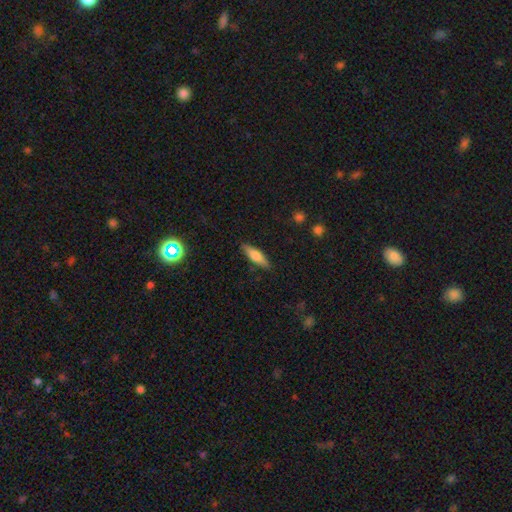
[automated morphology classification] Q: Smooth or featured?
A: smooth (58%); runner-up: featured or disk (35%)
Q: How rounded?
A: cigar-shaped (63%); runner-up: in between (35%)
Q: Merging?
A: none (87%); runner-up: minor disturbance (10%)